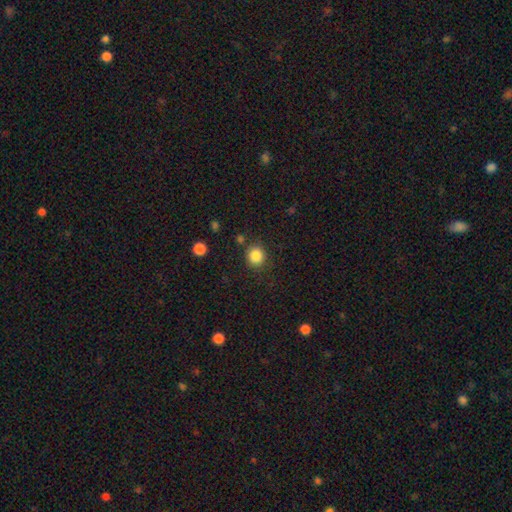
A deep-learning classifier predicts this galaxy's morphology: This is clearly a smooth galaxy (85%). How rounded: clearly round (85%). Merging: clearly none (84%).